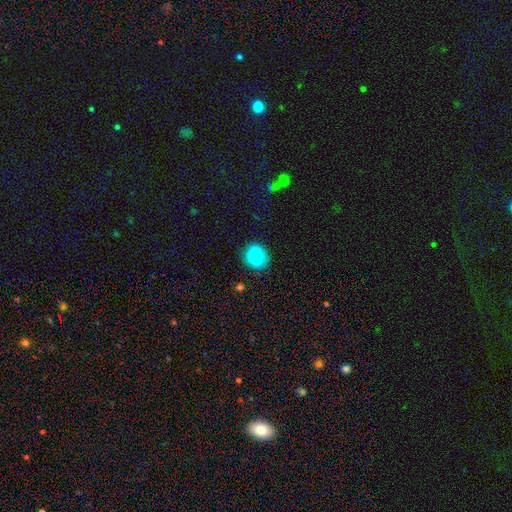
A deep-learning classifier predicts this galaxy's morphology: The model was most divided on "how rounded": round: 81%, in between: 18%, cigar-shaped: 1%. More confident: merging — none (86%); smooth or featured — smooth (85%).